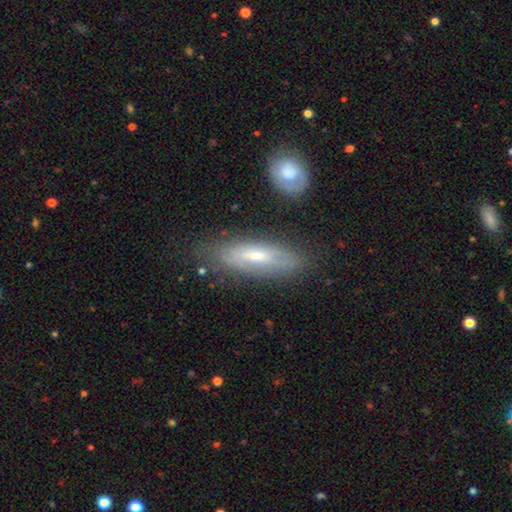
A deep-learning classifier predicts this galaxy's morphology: A featured or disk galaxy (49%).

Vote fractions:
- Smooth or featured? featured or disk: 49% / smooth: 44% / star or artifact: 7%
- Merging? none: 74% / minor disturbance: 18% / major disturbance: 5% / merger: 4%